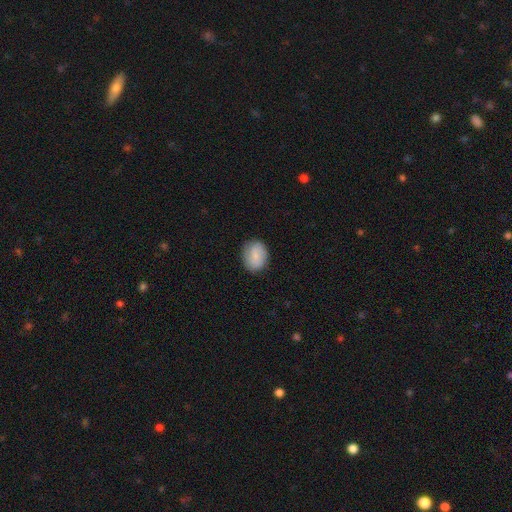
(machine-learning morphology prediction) A smooth galaxy with no disk features (78%) that is in between round and cigar-shaped (56%). Merging: none (83%).